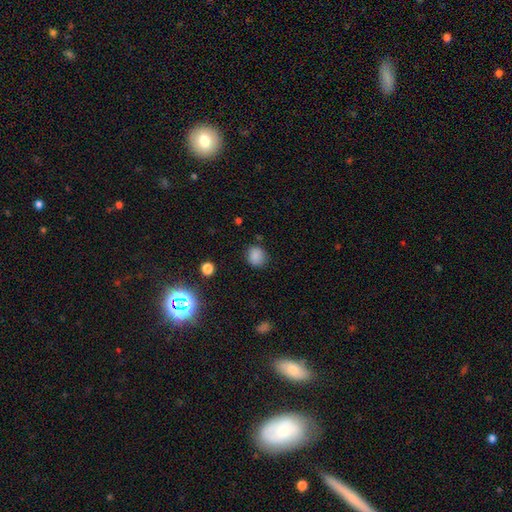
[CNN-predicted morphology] A smooth galaxy with no disk features (85%) that is round (80%).

Vote fractions:
- Smooth or featured? smooth: 85% / star or artifact: 11% / featured or disk: 4%
- How rounded? round: 80% / in between: 20% / cigar-shaped: 1%
- Merging? none: 82% / minor disturbance: 13% / major disturbance: 3% / merger: 2%